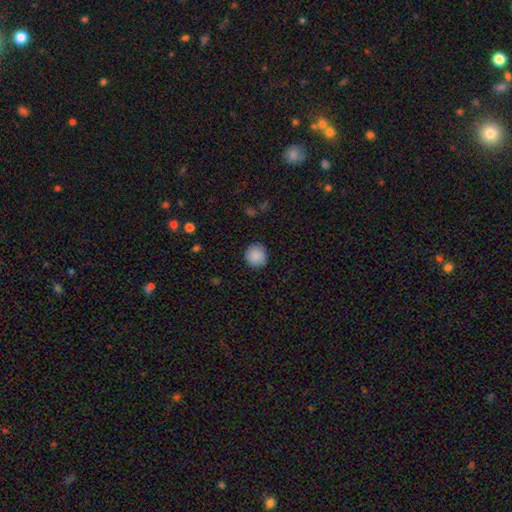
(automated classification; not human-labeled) A smooth galaxy with no disk features (88%) that is round (92%). Merging: none (89%).